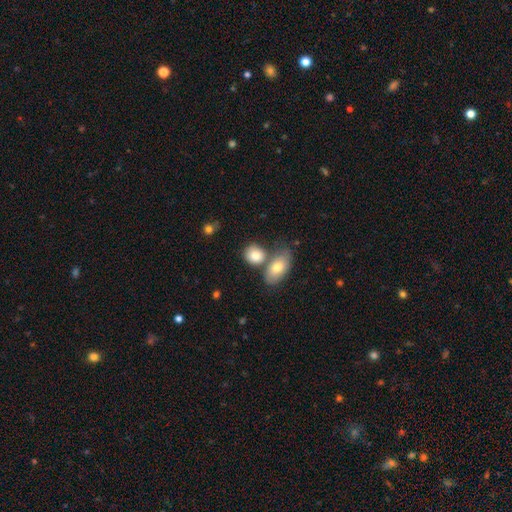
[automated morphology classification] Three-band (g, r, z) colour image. It shows a smooth galaxy with no disk features (81%) that is in between round and cigar-shaped (50%). Merging: none (49%).